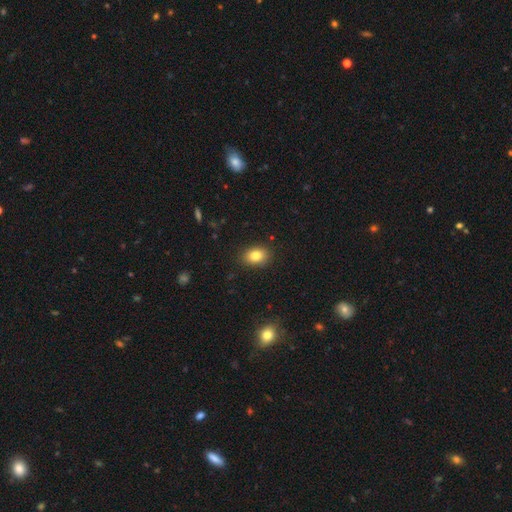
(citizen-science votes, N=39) Smooth or featured? smooth (82%)
How rounded? in between (75%)
Merging? none (83%)